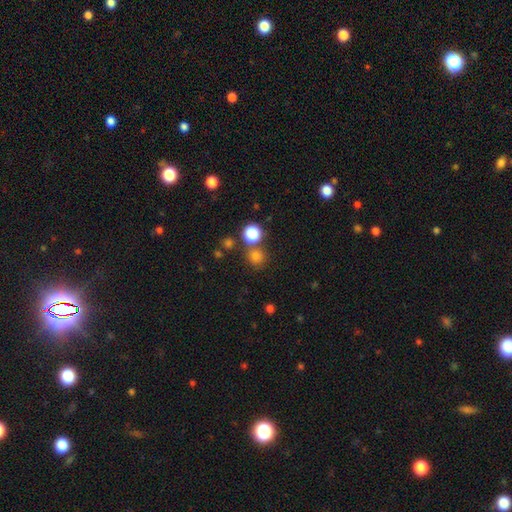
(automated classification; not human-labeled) Smooth or featured? Predicted: smooth (p=0.76). How rounded? Predicted: round (p=0.91). Merging? Predicted: none (p=0.72).